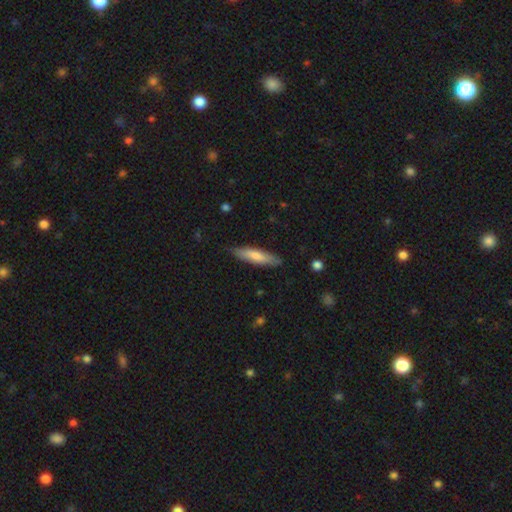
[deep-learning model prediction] Smooth or featured: smooth — 65% (featured or disk — 29%)
How rounded: cigar-shaped — 78% (in between — 21%)
Merging: none — 85% (minor disturbance — 12%)